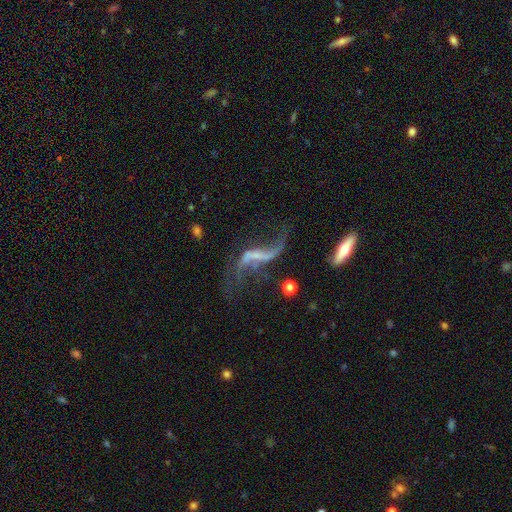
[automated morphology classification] smooth-or-featured: featured or disk: 84% | star or artifact: 9% | smooth: 7%
  disk-edge-on: no: 91% | yes: 9%
    bar: no: 39% | weak: 34% | strong: 27%
    has-spiral-arms: yes: 88% | no: 12%
      spiral-winding: loose: 94% | medium: 4% | tight: 2%
      spiral-arm-count: 2: 90% | 1: 4% | can't tell: 2% | 3: 1% | 4: 1% | more than 4: 1%
    bulge-size: none: 48% | small: 40% | moderate: 9% | large: 2% | dominant: 1%
  merging: none: 50% | major disturbance: 25% | minor disturbance: 16% | merger: 8%